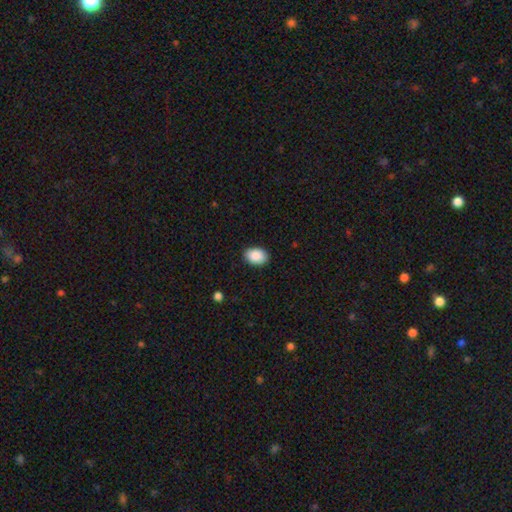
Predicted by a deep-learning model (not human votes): smooth 90%, star or artifact 7%, featured or disk 3%. Down the decision tree: how rounded — in between (80%); merging — none (89%).